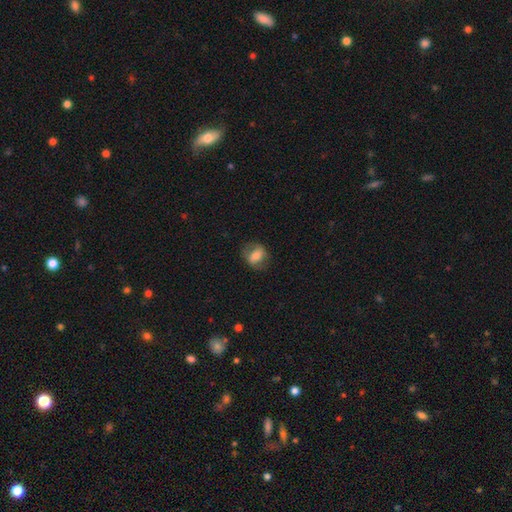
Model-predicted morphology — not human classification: Smooth or featured? Predicted: smooth (p=0.59). How rounded? Predicted: in between (p=0.64). Merging? Predicted: none (p=0.73).